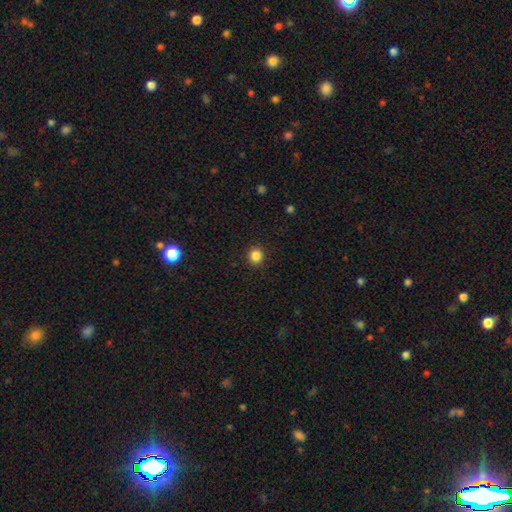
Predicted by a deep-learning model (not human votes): Smooth or featured?
  - smooth: 86% *
  - star or artifact: 11%
  - featured or disk: 3%
How rounded?
  - round: 91% *
  - in between: 8%
  - cigar-shaped: 1%
Merging?
  - none: 92% *
  - minor disturbance: 5%
  - major disturbance: 2%
  - merger: 1%